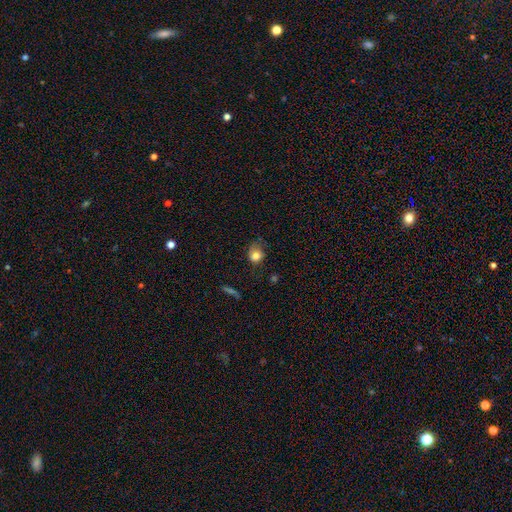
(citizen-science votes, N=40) A smooth galaxy with no disk features (78%) that is round (55%). Merging: none (50%).